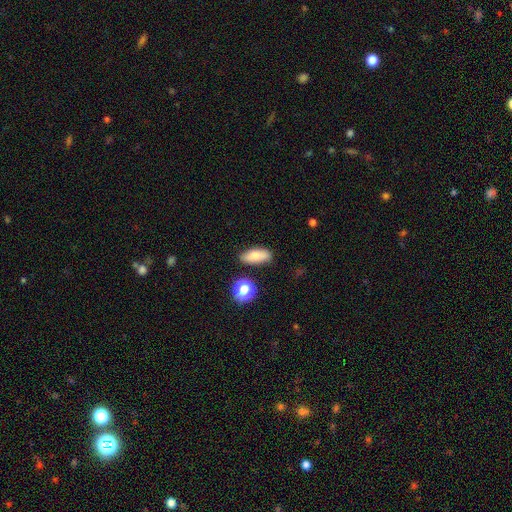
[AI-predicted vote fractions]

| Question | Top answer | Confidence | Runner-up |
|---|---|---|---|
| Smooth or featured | smooth | 79% | featured or disk (11%) |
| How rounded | in between | 76% | cigar-shaped (18%) |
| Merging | none | 82% | minor disturbance (12%) |